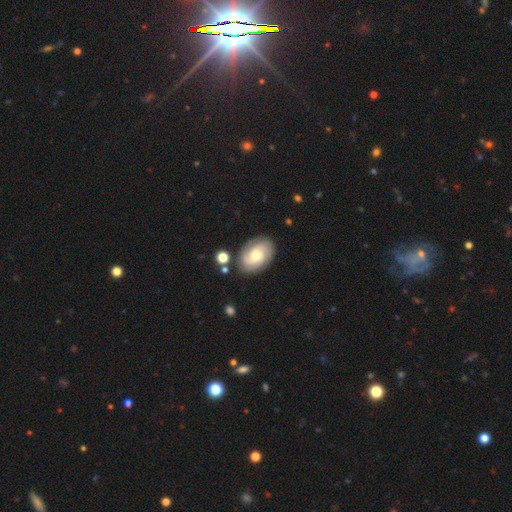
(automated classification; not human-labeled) smooth_or_featured: featured or disk (p=0.69) [alt: smooth p=0.25]
disk_edge_on: no (p=0.96) [alt: yes p=0.04]
bar: no (p=0.68) [alt: weak p=0.28]
has_spiral_arms: yes (p=0.92) [alt: no p=0.08]
spiral_winding: tight (p=0.52) [alt: medium p=0.36]
spiral_arm_count: 2 (p=0.38) [alt: 3 p=0.25]
bulge_size: moderate (p=0.50) [alt: small p=0.42]
merging: none (p=0.79) [alt: minor disturbance p=0.14]